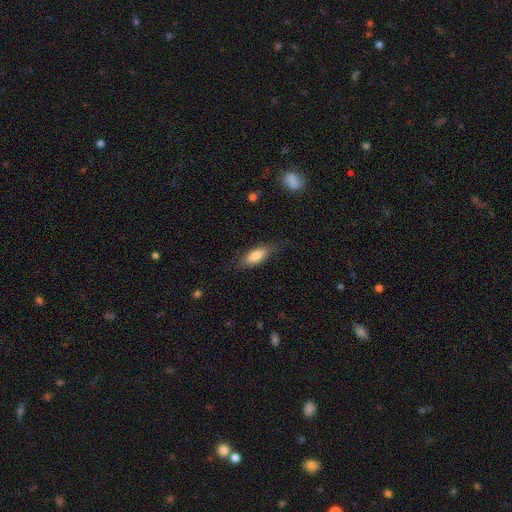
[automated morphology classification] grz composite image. It shows a smooth galaxy with no disk features (80%) that is in between round and cigar-shaped (74%). Merging: none (76%).